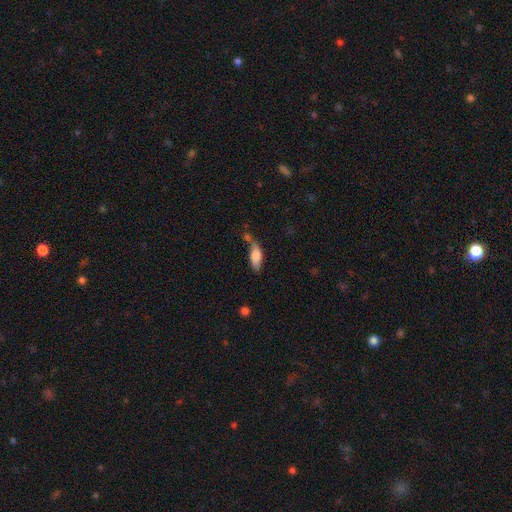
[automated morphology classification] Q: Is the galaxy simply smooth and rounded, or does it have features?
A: smooth — 73%.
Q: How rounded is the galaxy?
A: in between — 72%.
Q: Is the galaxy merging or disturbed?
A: none — 46%.